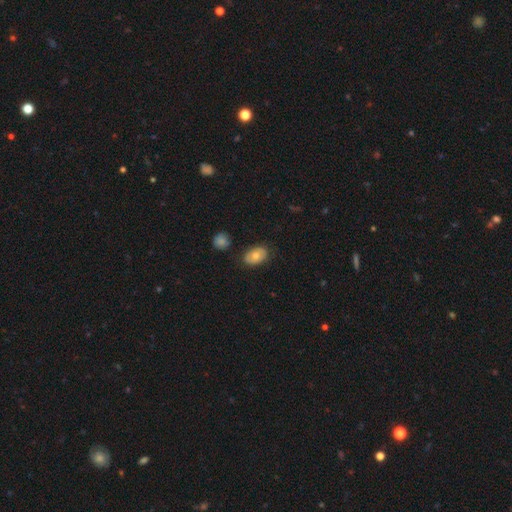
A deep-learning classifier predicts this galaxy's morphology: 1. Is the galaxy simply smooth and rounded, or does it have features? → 66% smooth, 26% featured or disk, 7% star or artifact.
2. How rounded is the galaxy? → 83% in between, 16% round, 1% cigar-shaped.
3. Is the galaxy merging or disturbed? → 80% none, 14% minor disturbance, 3% major disturbance, 3% merger.